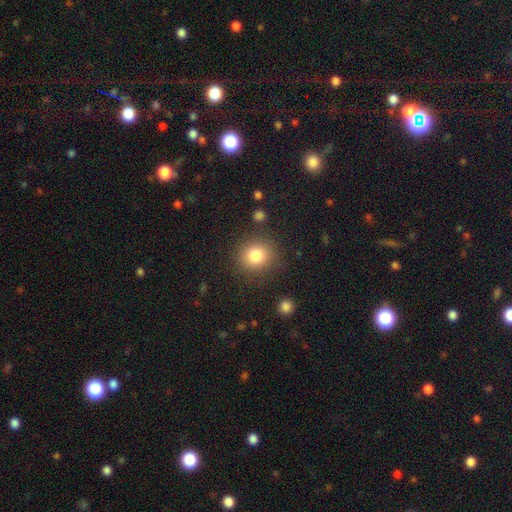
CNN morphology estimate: A smooth galaxy with no disk features (82%) that is round (87%). Merging: none (85%).